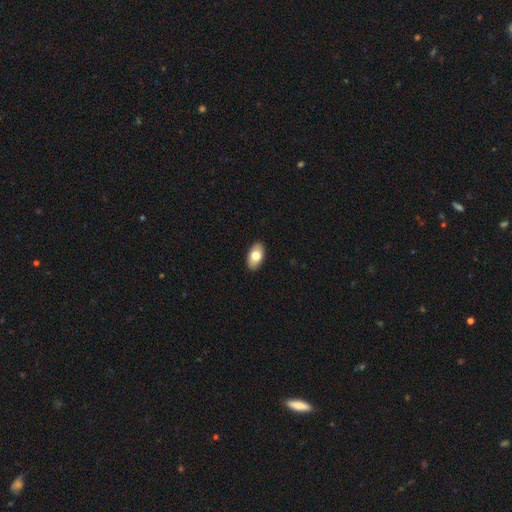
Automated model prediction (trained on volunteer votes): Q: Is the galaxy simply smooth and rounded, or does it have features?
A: smooth — 75%.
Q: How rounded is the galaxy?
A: in between — 94%.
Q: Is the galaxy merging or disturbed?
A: none — 90%.